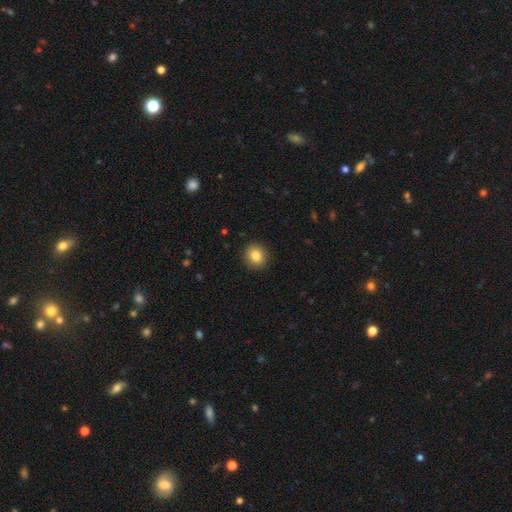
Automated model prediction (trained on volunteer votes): The model was most divided on "how rounded": round: 82%, in between: 17%, cigar-shaped: 1%. More confident: merging — none (91%); smooth or featured — smooth (84%).